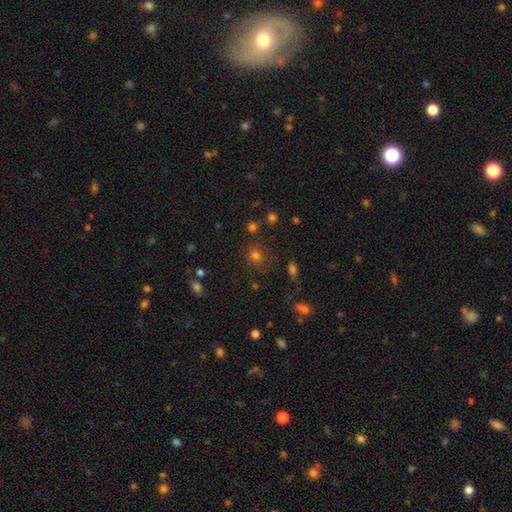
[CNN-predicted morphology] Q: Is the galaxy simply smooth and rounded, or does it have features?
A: smooth — 69%.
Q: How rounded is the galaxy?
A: round — 81%.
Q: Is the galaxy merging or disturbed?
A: none — 81%.